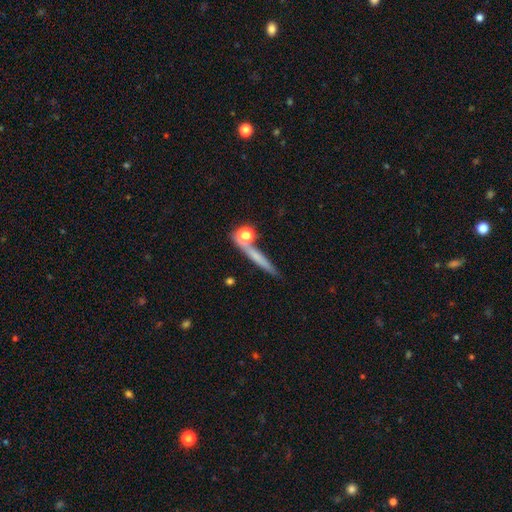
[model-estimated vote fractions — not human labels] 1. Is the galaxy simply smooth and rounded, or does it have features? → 54% smooth, 34% featured or disk, 12% star or artifact.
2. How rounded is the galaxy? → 76% cigar-shaped, 16% round, 9% in between.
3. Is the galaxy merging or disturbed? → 73% none, 11% minor disturbance, 11% merger, 5% major disturbance.